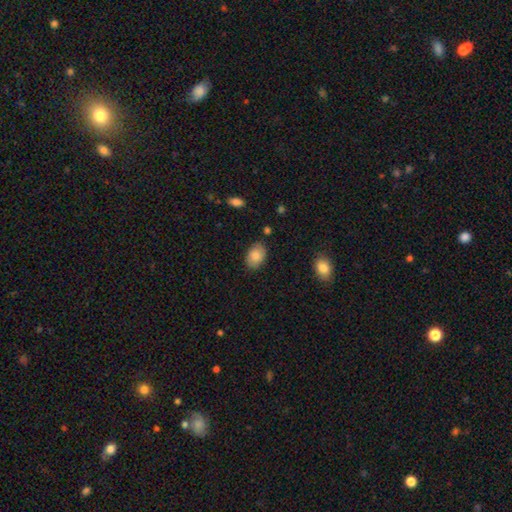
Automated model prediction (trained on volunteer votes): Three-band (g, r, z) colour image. It shows a smooth galaxy with no disk features (82%) that is in between round and cigar-shaped (86%). Merging: none (84%).